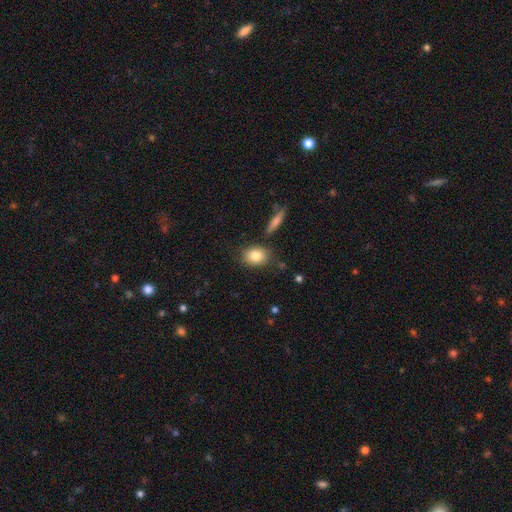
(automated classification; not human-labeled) This appears to be a smooth galaxy with no disk features (83%) that is in between round and cigar-shaped (53%). Merging: none (80%).